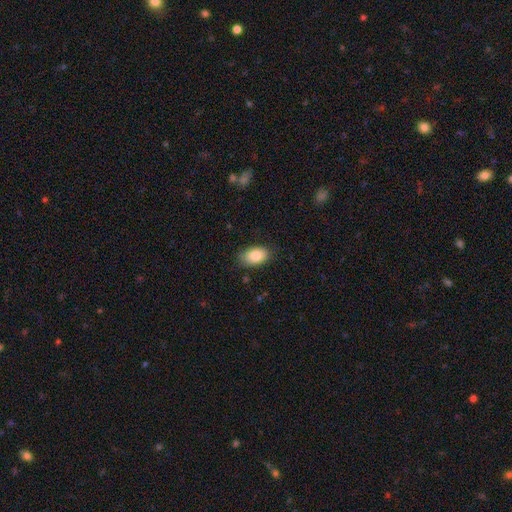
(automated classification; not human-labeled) Smooth or featured?
  - smooth: 84% *
  - featured or disk: 9%
  - star or artifact: 7%
How rounded?
  - in between: 91% *
  - round: 7%
  - cigar-shaped: 1%
Merging?
  - none: 80% *
  - minor disturbance: 16%
  - major disturbance: 3%
  - merger: 1%